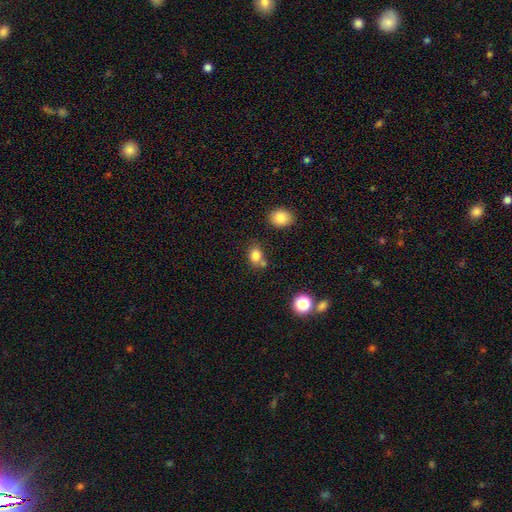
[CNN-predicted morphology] Smooth or featured? smooth (81%)
How rounded? in between (55%)
Merging? none (59%)